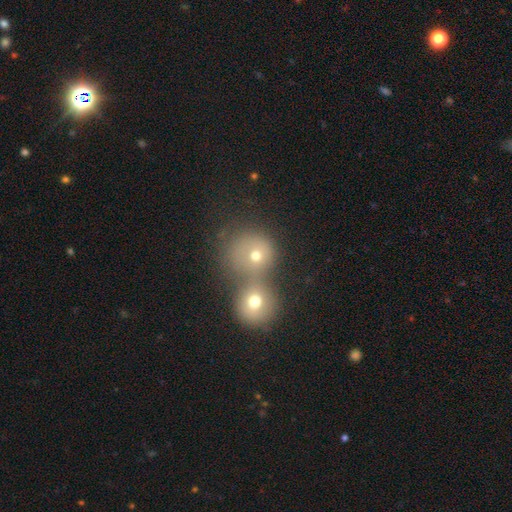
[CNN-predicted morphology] smooth 67%, star or artifact 16%, featured or disk 16%. Down the decision tree: how rounded — round (87%); merging — merger (64%).